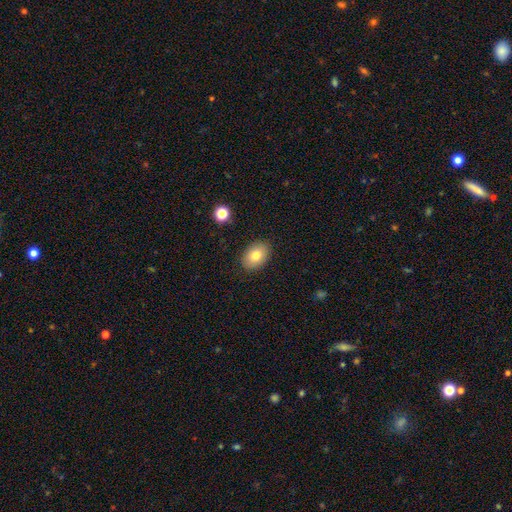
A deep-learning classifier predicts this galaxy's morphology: smooth-or-featured: smooth: 80% | featured or disk: 12% | star or artifact: 8%
  how-rounded: in between: 82% | round: 17% | cigar-shaped: 1%
  merging: none: 87% | minor disturbance: 10% | major disturbance: 2% | merger: 1%